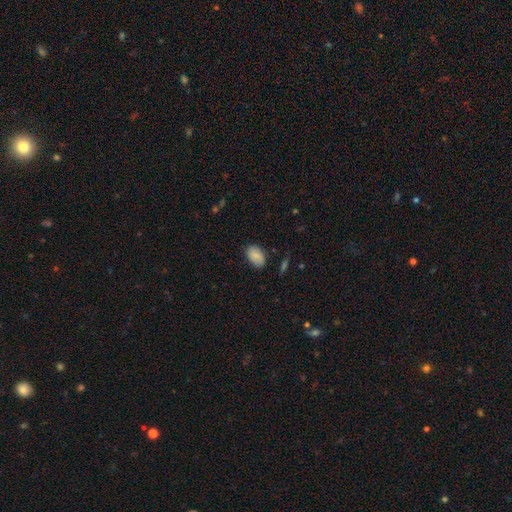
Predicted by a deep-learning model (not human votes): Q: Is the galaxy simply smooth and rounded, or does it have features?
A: smooth — 81%.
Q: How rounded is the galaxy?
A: in between — 90%.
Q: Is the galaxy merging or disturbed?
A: none — 80%.